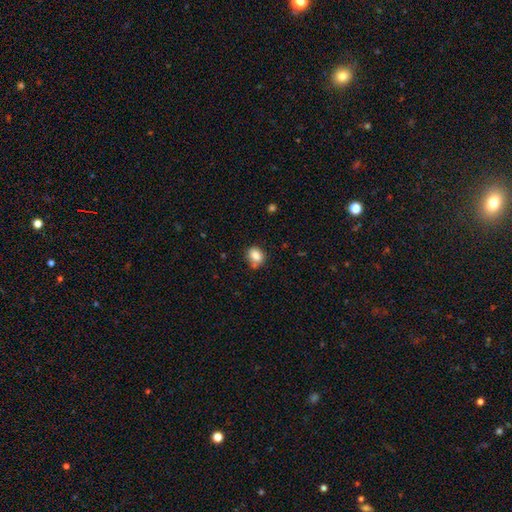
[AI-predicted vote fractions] Overall: smooth (83%). How rounded: in between (55%; round 44%). Merging: none (62%).